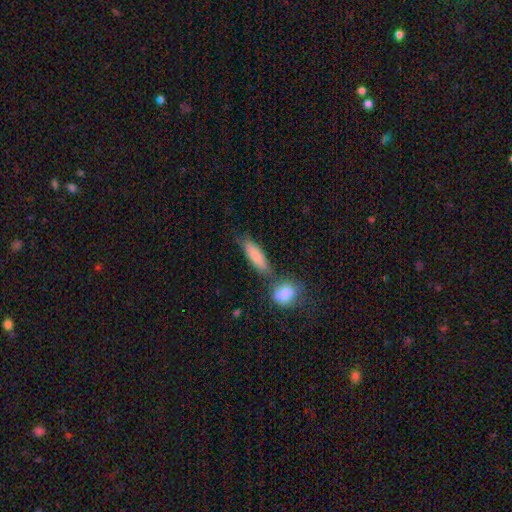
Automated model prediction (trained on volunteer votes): Smooth or featured? Predicted: smooth (p=0.82). How rounded? Predicted: in between (p=0.50). Merging? Predicted: none (p=0.62).